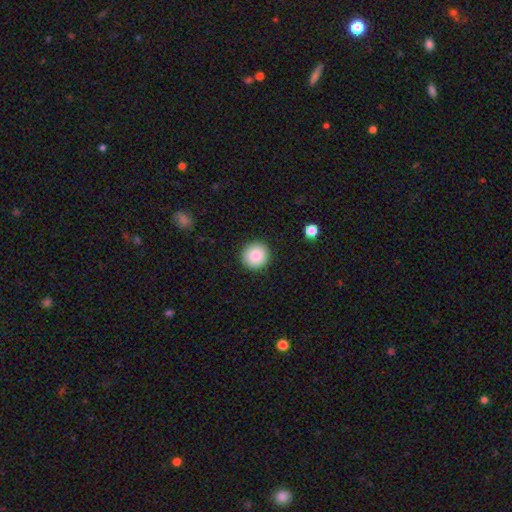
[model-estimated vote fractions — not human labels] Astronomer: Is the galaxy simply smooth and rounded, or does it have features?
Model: smooth — 87%.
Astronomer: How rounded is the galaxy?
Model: round — 94%.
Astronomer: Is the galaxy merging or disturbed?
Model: none — 92%.